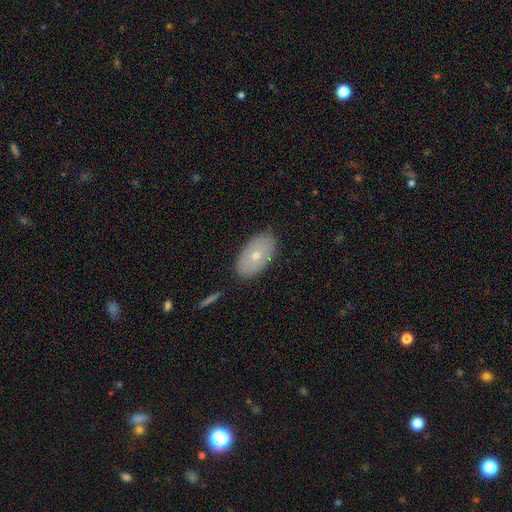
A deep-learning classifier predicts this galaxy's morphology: Smooth or featured: smooth — 63% (featured or disk — 30%)
How rounded: in between — 93% (round — 5%)
Merging: none — 85% (minor disturbance — 11%)